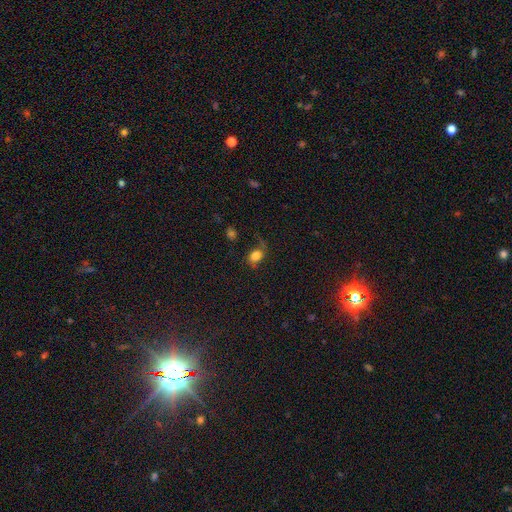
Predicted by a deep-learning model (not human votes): Overall: smooth (75%). How rounded: in between (62%; round 36%). Merging: none (56%; minor disturbance 24%).